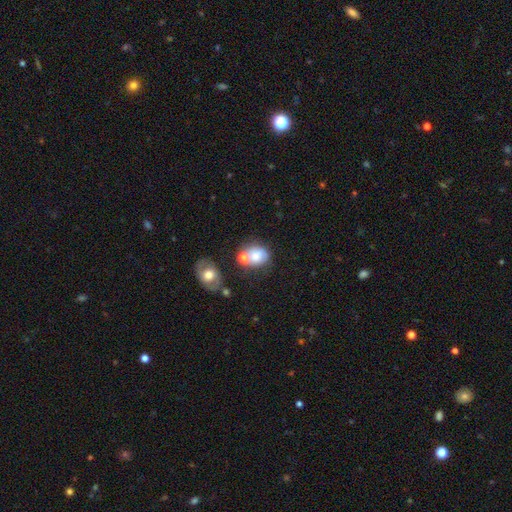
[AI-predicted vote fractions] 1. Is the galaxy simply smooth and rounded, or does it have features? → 72% smooth, 18% featured or disk, 10% star or artifact.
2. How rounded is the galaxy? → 55% round, 44% in between, 1% cigar-shaped.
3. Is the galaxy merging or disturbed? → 43% none, 31% merger, 17% minor disturbance, 9% major disturbance.